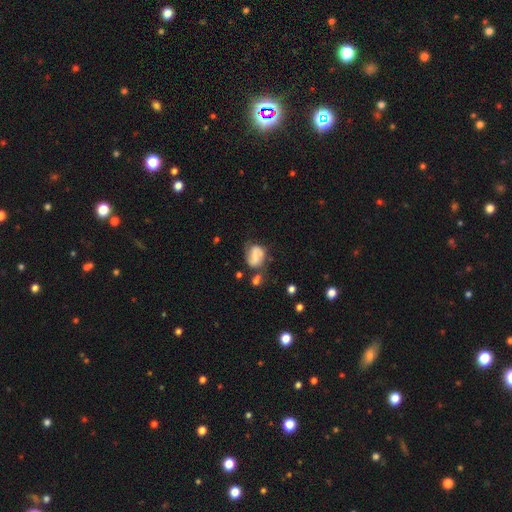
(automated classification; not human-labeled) This is possibly a featured or disk galaxy (58%). It is clearly not viewed edge-on (97%). Bar: marginally weak (41%). Spiral arm pattern: clearly yes (83%). Central bulge: marginally small (40%). Merging: possibly none (52%).